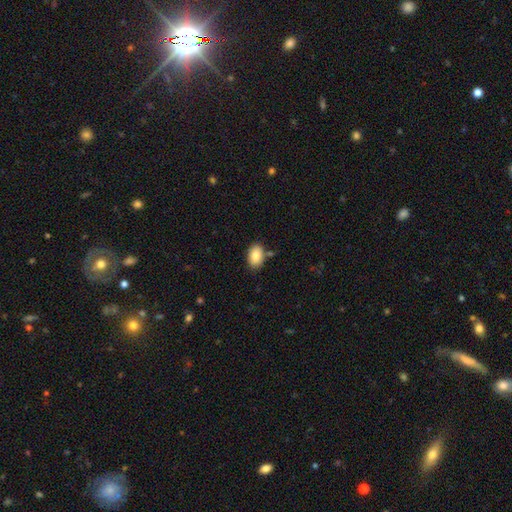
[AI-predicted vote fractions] smooth-or-featured: smooth: 85% | featured or disk: 8% | star or artifact: 7%
  how-rounded: in between: 88% | round: 11% | cigar-shaped: 1%
  merging: none: 81% | minor disturbance: 12% | merger: 5% | major disturbance: 2%